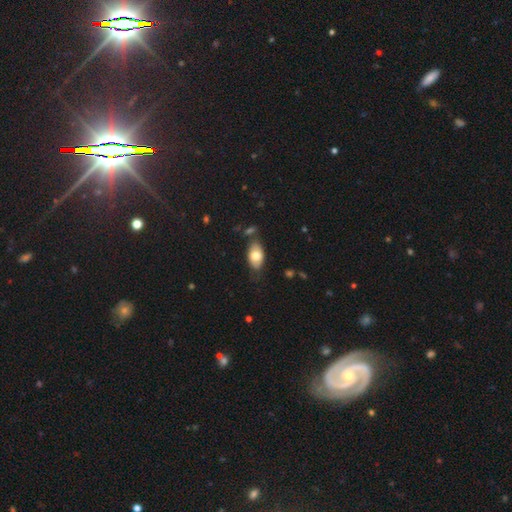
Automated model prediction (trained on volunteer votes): Overall: smooth (73%). How rounded: in between (92%). Merging: none (71%).